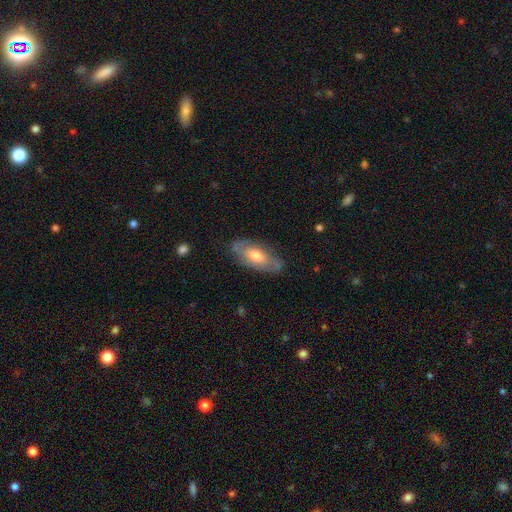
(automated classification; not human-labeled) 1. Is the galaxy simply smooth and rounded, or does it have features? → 49% featured or disk, 45% smooth, 6% star or artifact.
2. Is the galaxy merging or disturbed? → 76% none, 18% minor disturbance, 5% major disturbance, 1% merger.